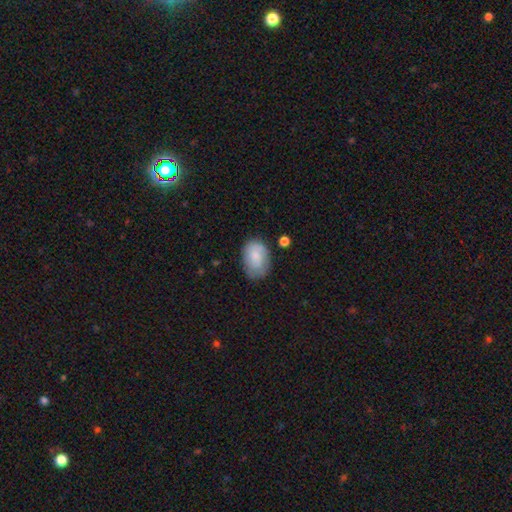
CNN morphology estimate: type=smooth (70%); roundness=in between (81%); merging=none (64%).